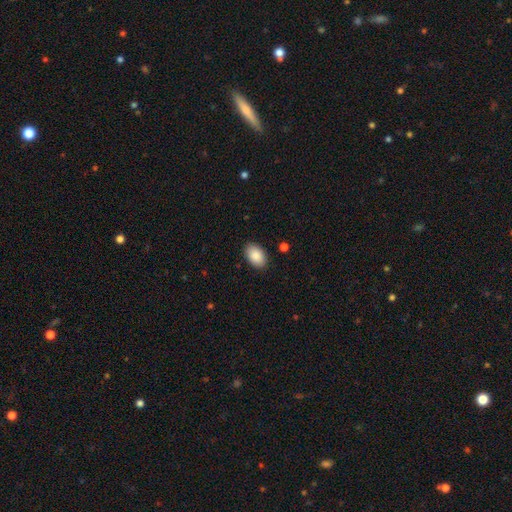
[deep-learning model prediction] smooth 89%, star or artifact 6%, featured or disk 5%. Down the decision tree: how rounded — in between (91%); merging — none (88%).